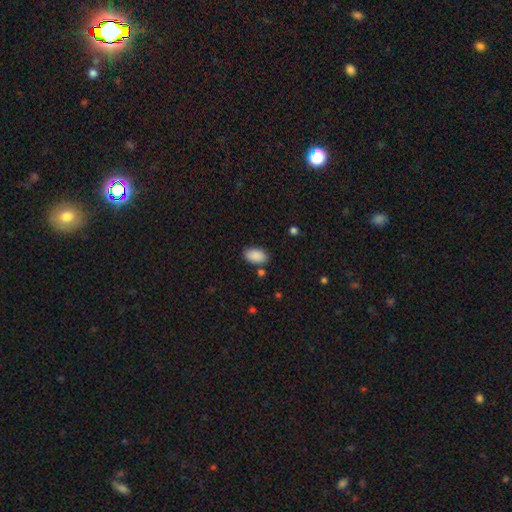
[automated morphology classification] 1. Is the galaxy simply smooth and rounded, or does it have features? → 90% smooth, 7% star or artifact, 3% featured or disk.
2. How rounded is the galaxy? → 93% in between, 6% round, 1% cigar-shaped.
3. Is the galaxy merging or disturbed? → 83% none, 11% minor disturbance, 3% merger, 3% major disturbance.